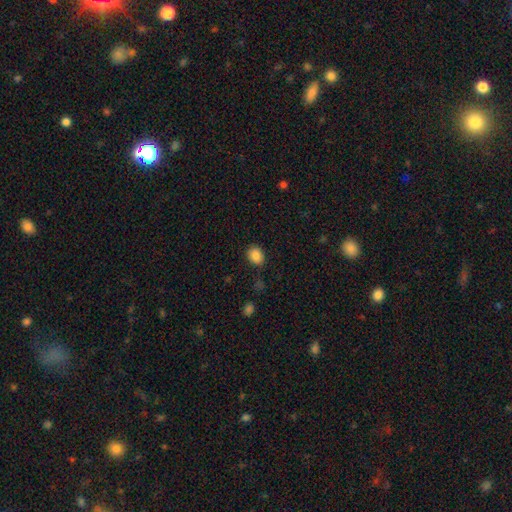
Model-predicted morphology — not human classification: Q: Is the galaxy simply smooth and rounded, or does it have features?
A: smooth — 86%.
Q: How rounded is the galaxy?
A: round — 51%.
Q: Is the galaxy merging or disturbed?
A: none — 84%.